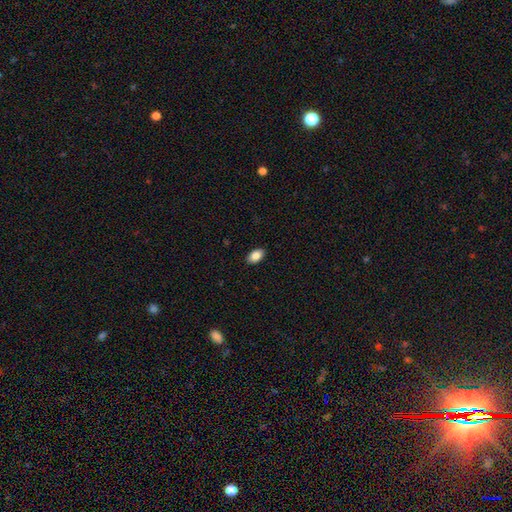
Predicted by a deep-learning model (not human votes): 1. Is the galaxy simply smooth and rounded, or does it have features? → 85% smooth, 8% star or artifact, 7% featured or disk.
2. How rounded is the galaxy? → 92% in between, 7% round, 2% cigar-shaped.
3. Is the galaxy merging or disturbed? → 90% none, 8% minor disturbance, 2% major disturbance, 1% merger.